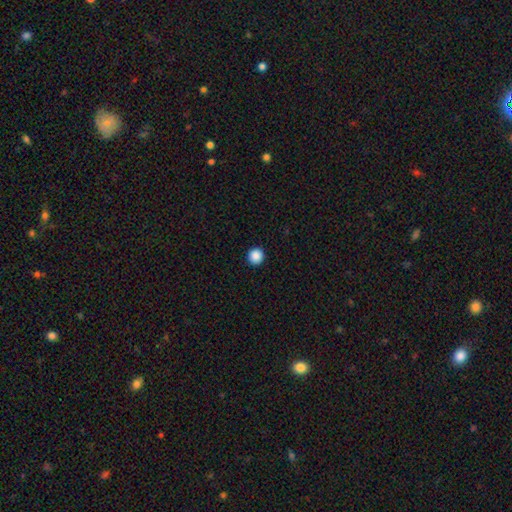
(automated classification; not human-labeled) This appears to be a smooth galaxy with no disk features (88%) that is round (95%). Merging: none (93%).